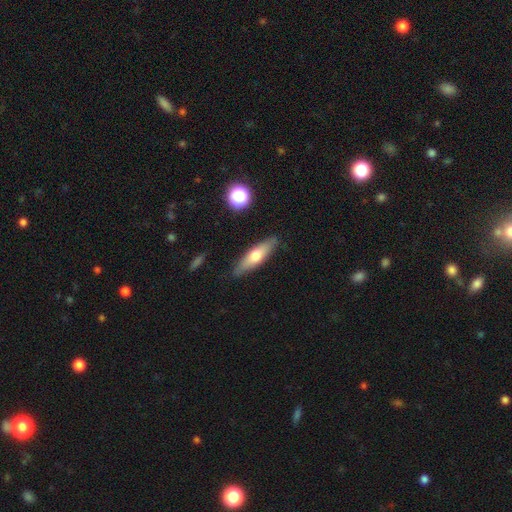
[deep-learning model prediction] A smooth galaxy with no disk features (57%) that is cigar-shaped (60%). Merging: none (85%).